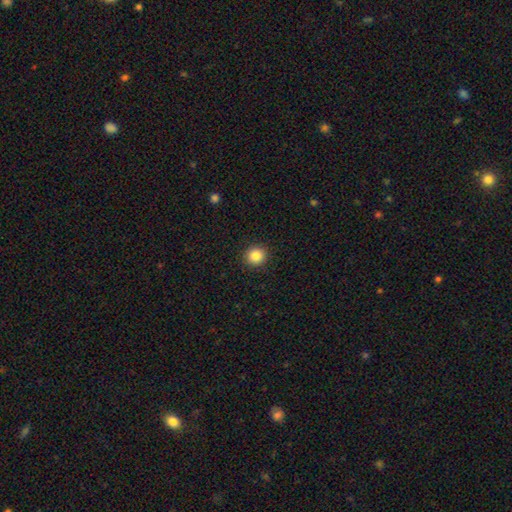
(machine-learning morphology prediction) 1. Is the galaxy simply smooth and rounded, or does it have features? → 85% smooth, 10% star or artifact, 5% featured or disk.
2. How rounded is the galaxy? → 92% round, 7% in between, 1% cigar-shaped.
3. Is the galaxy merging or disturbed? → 92% none, 5% minor disturbance, 2% major disturbance, 1% merger.